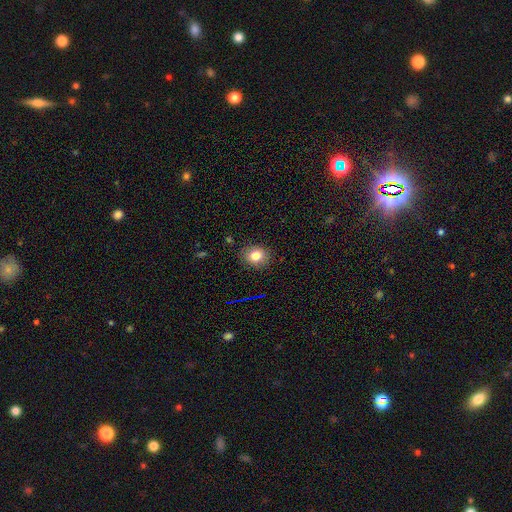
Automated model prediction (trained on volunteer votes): Smooth or featured? Predicted: smooth (p=0.81). How rounded? Predicted: round (p=0.56). Merging? Predicted: none (p=0.87).